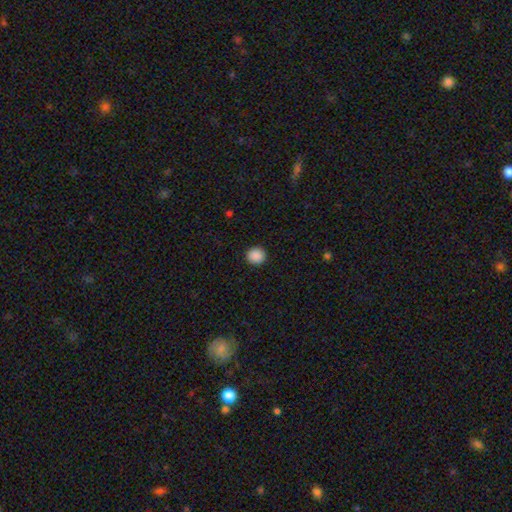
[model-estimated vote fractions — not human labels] Morphology: type=smooth (89%); roundness=round (92%); merging=none (93%).